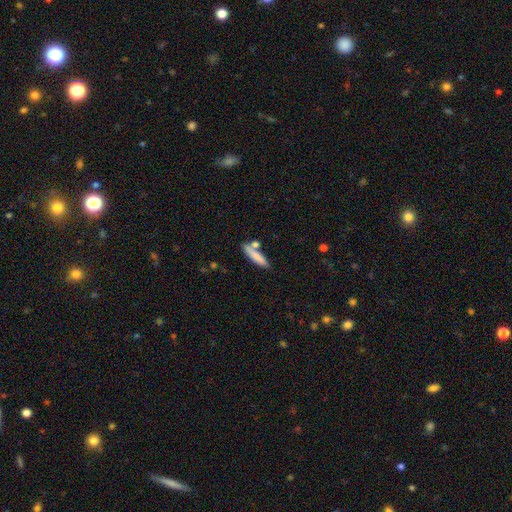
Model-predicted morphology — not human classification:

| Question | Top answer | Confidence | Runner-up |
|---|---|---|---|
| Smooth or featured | smooth | 79% | featured or disk (14%) |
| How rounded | cigar-shaped | 77% | in between (20%) |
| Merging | none | 65% | merger (17%) |